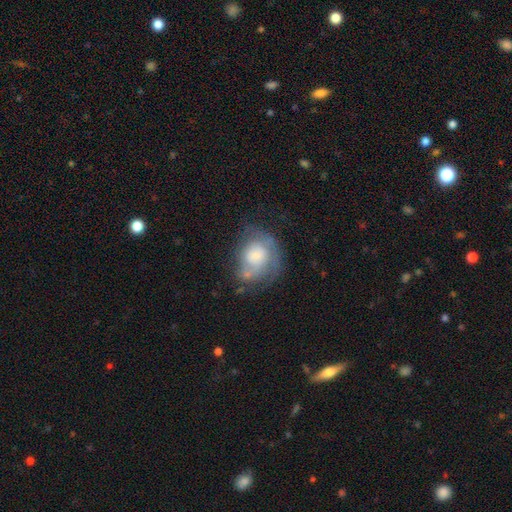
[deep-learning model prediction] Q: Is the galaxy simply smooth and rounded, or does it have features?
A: featured or disk — 50%.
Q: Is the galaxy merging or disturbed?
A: none — 45%.